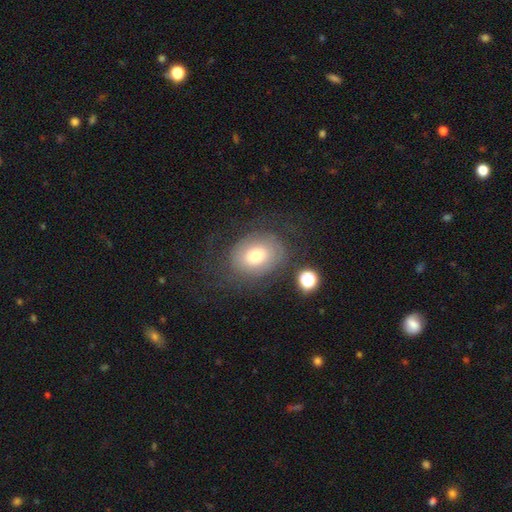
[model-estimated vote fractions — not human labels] The model was most divided on "smooth or featured": smooth: 50%, featured or disk: 39%, star or artifact: 11%. More confident: merging — none (63%); how rounded — in between (63%).